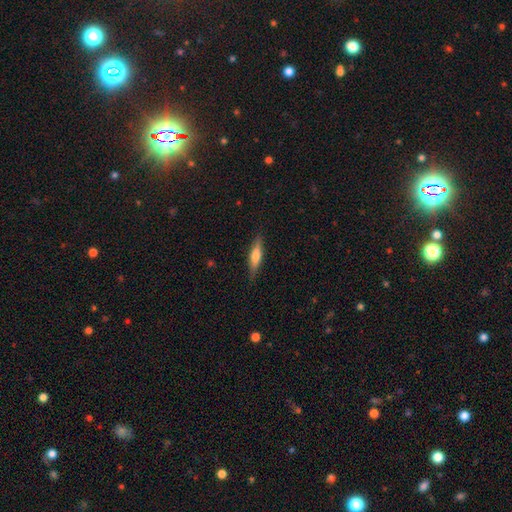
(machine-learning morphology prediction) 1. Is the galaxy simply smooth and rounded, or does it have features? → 57% smooth, 36% featured or disk, 6% star or artifact.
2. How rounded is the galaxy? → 74% cigar-shaped, 24% in between, 2% round.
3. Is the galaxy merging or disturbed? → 84% none, 12% minor disturbance, 2% major disturbance, 1% merger.